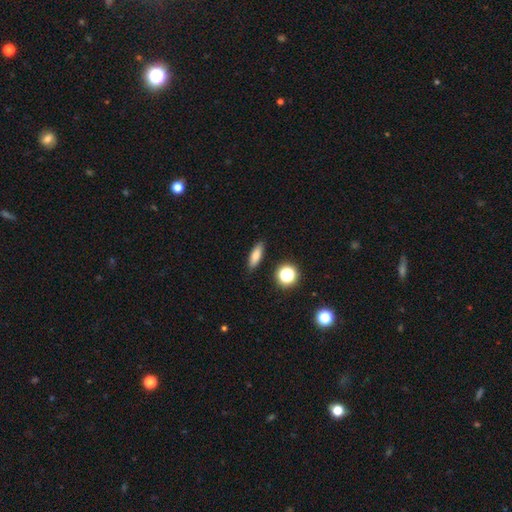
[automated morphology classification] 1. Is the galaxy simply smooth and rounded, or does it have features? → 78% smooth, 12% featured or disk, 10% star or artifact.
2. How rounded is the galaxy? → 54% in between, 39% cigar-shaped, 7% round.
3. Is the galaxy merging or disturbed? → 87% none, 9% minor disturbance, 2% major disturbance, 2% merger.